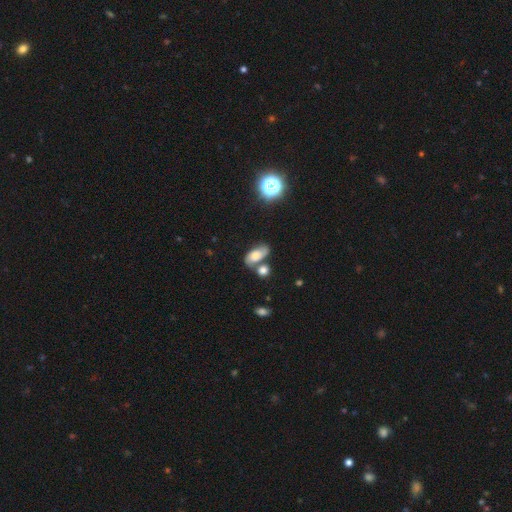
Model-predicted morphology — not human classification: type=smooth (51%); roundness=in between (86%); merging=none (43%).